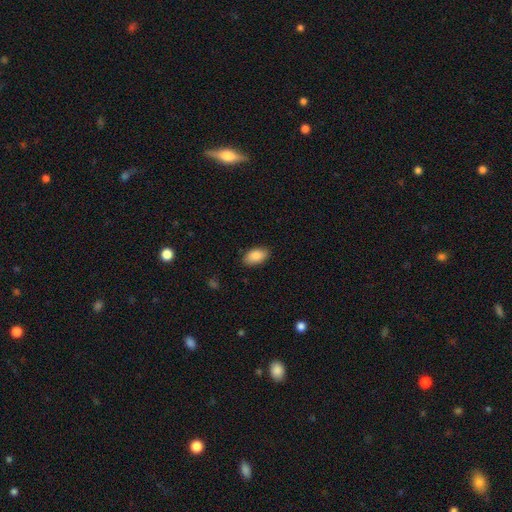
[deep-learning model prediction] A smooth galaxy with no disk features (88%) that is in between round and cigar-shaped (94%).

Vote fractions:
- Smooth or featured? smooth: 88% / star or artifact: 7% / featured or disk: 5%
- How rounded? in between: 94% / round: 5% / cigar-shaped: 2%
- Merging? none: 86% / minor disturbance: 11% / major disturbance: 2% / merger: 1%